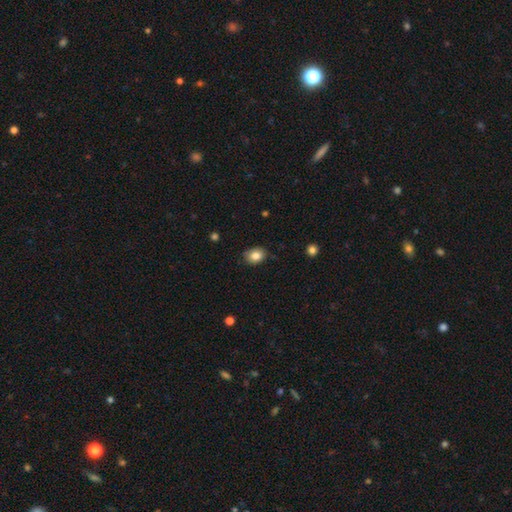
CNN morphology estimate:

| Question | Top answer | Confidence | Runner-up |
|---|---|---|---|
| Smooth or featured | smooth | 83% | star or artifact (9%) |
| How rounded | in between | 56% | round (43%) |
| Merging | none | 82% | minor disturbance (14%) |